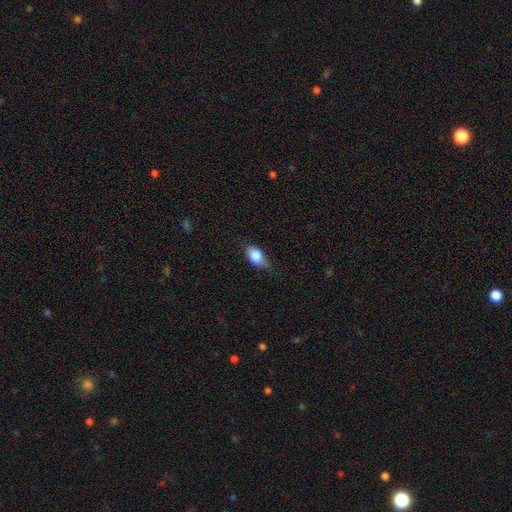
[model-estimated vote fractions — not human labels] This appears to be a smooth galaxy with no disk features (84%) that is in between round and cigar-shaped (86%). Merging: none (61%).